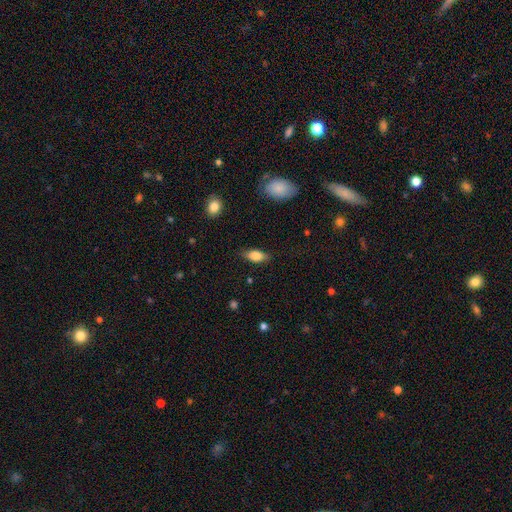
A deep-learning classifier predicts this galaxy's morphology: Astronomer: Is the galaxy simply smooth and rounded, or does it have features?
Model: smooth — 76%.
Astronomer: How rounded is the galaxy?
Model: in between — 83%.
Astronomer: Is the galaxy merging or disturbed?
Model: none — 82%.